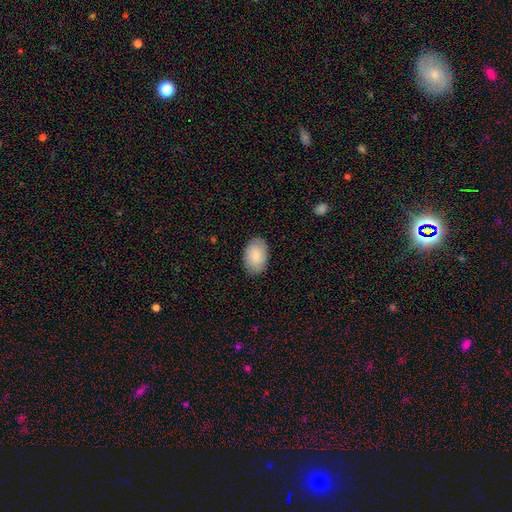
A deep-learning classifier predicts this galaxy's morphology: This appears to be a smooth galaxy with no disk features (85%) that is in between round and cigar-shaped (89%). Merging: none (86%).